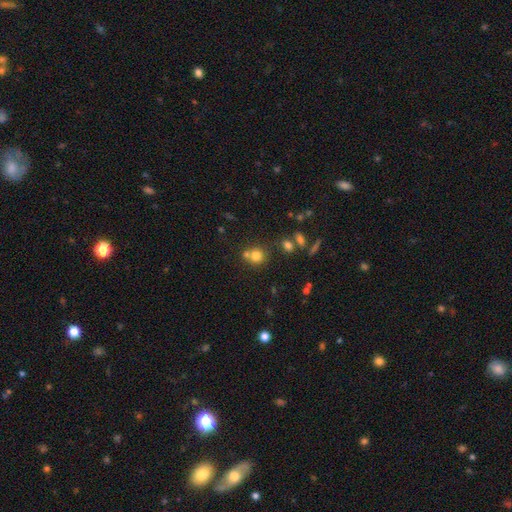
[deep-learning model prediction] Q: Smooth or featured?
A: smooth (75%); runner-up: star or artifact (15%)
Q: How rounded?
A: round (86%); runner-up: in between (13%)
Q: Merging?
A: none (55%); runner-up: merger (33%)